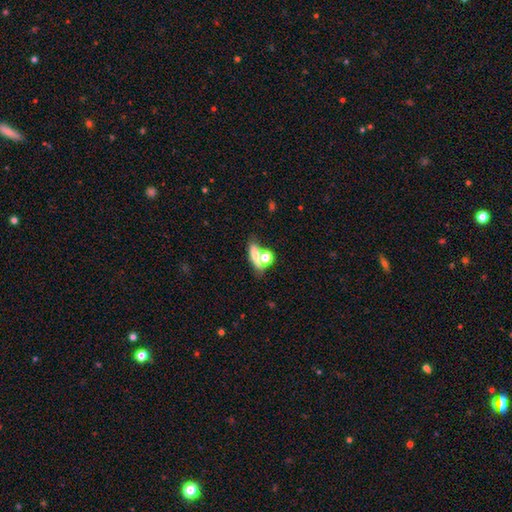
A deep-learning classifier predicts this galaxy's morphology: The model was most divided on "merging": none: 39%, merger: 37%, minor disturbance: 13%, major disturbance: 11%. More confident: smooth or featured — smooth (60%); how rounded — in between (52%).